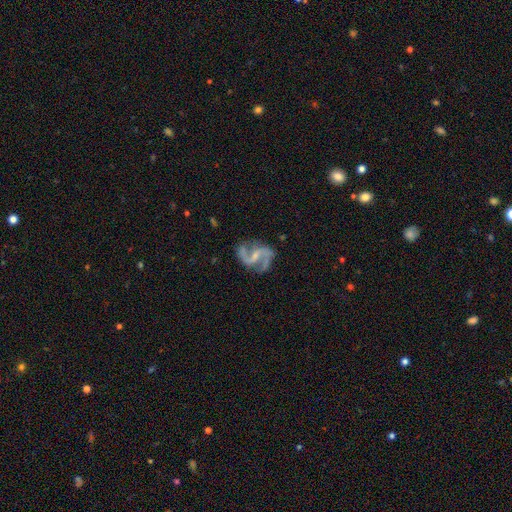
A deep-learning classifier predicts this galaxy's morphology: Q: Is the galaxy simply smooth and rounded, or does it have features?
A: featured or disk — 91%.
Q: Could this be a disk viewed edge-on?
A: no — 98%.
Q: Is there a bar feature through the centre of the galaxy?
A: weak — 46%.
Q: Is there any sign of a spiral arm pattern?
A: yes — 98%.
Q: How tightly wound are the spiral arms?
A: medium — 49%.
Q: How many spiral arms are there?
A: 2 — 91%.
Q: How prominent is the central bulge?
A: small — 57%.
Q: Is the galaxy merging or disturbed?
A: none — 72%.